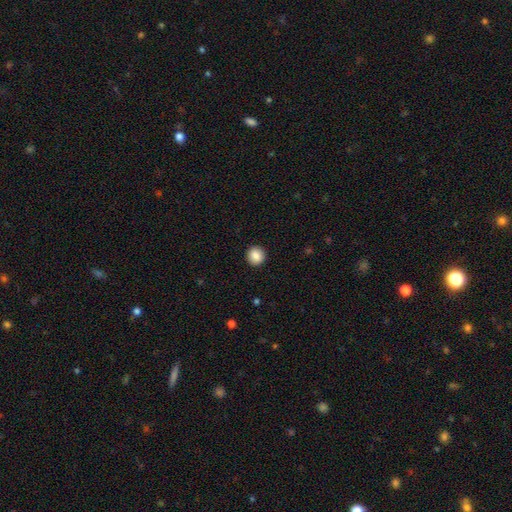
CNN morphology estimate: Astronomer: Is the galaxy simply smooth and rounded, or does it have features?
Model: smooth — 88%.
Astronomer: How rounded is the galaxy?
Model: round — 91%.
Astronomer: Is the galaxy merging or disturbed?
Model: none — 92%.